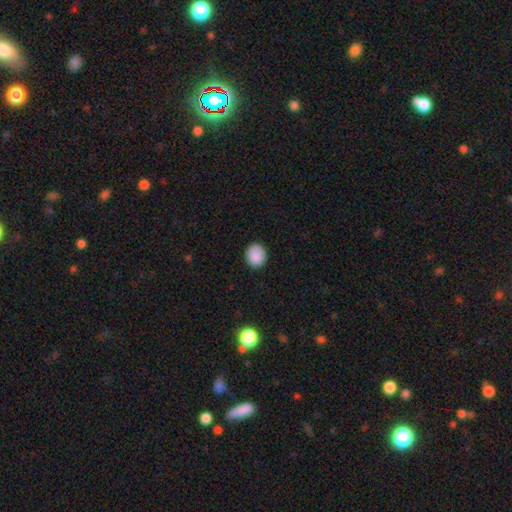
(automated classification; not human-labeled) Smooth or featured: smooth — 88% (star or artifact — 8%)
How rounded: round — 73% (in between — 26%)
Merging: none — 86% (minor disturbance — 10%)